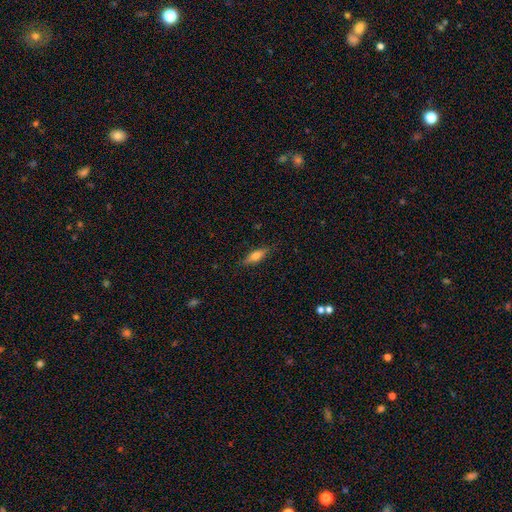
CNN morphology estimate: smooth-or-featured: smooth: 64% | featured or disk: 29% | star or artifact: 7%
  how-rounded: in between: 50% | cigar-shaped: 47% | round: 3%
  merging: none: 83% | minor disturbance: 13% | major disturbance: 3% | merger: 1%